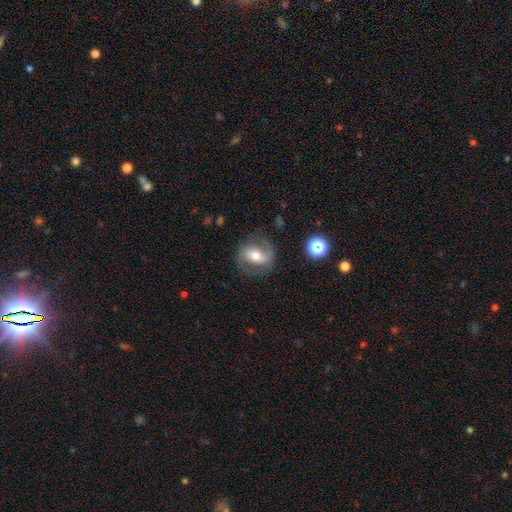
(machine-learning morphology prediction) Q: Smooth or featured?
A: featured or disk (59%); runner-up: smooth (32%)
Q: Edge-on disk?
A: no (95%); runner-up: yes (5%)
Q: Bar?
A: weak (36%); runner-up: strong (35%)
Q: Spiral arms?
A: yes (75%); runner-up: no (25%)
Q: Bulge size?
A: moderate (69%); runner-up: small (19%)
Q: Merging?
A: none (75%); runner-up: minor disturbance (15%)